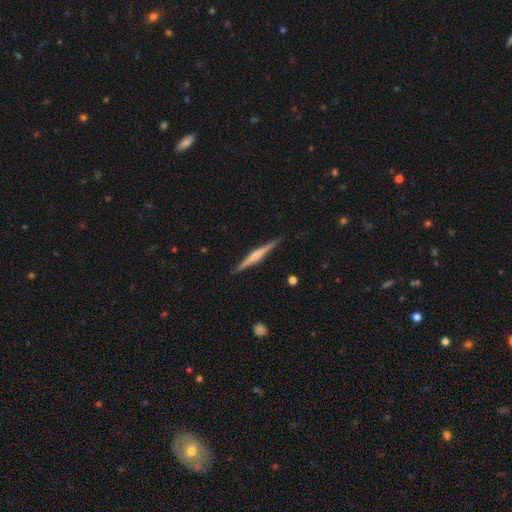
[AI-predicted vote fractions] A featured or disk galaxy (74%) viewed edge-on (98%) with a rounded central bulge (67%).

Vote fractions:
- Smooth or featured? featured or disk: 74% / smooth: 21% / star or artifact: 5%
- Edge-on disk? yes: 98% / no: 2%
- Edge-on bulge? rounded: 67% / boxy: 19% / none: 14%
- Merging? none: 91% / minor disturbance: 7% / major disturbance: 1% / merger: 1%